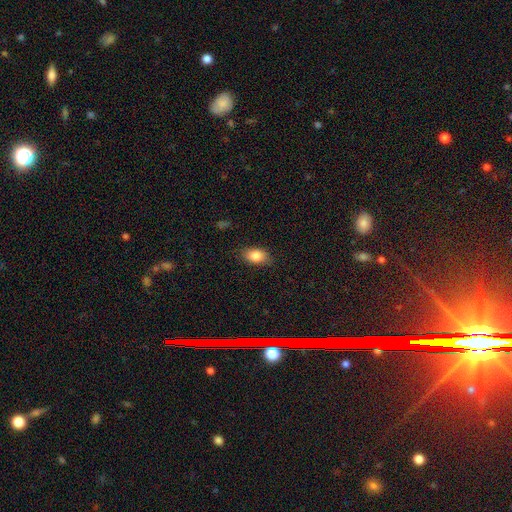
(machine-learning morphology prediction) smooth_or_featured: smooth (p=0.85) [alt: star or artifact p=0.07]
how_rounded: in between (p=0.88) [alt: round p=0.10]
merging: none (p=0.82) [alt: minor disturbance p=0.14]